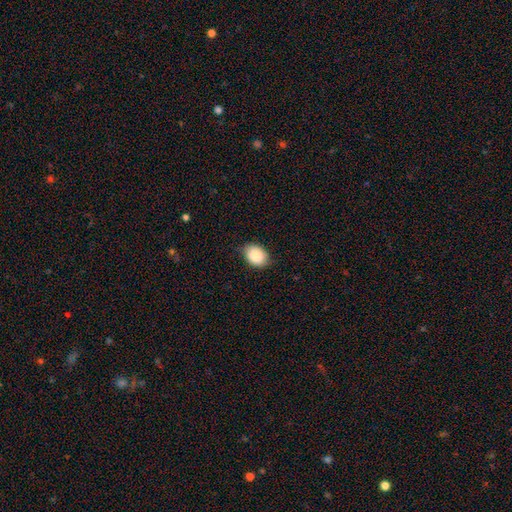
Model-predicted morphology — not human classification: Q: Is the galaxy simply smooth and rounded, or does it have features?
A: smooth — 88%.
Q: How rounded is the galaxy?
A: in between — 68%.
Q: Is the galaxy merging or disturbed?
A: none — 79%.